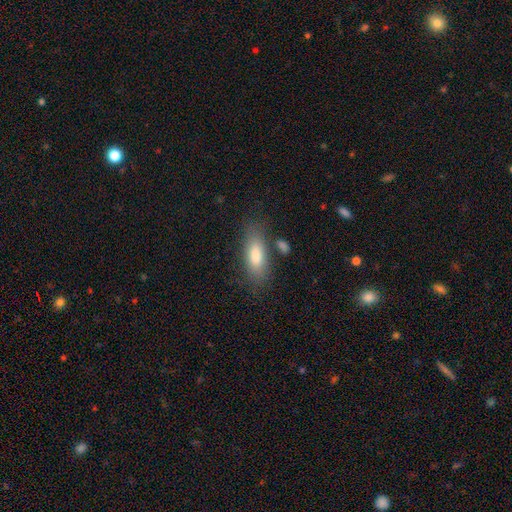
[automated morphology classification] The model was most divided on "how rounded": in between: 70%, cigar-shaped: 27%, round: 3%. More confident: smooth or featured — smooth (79%); merging — none (74%).